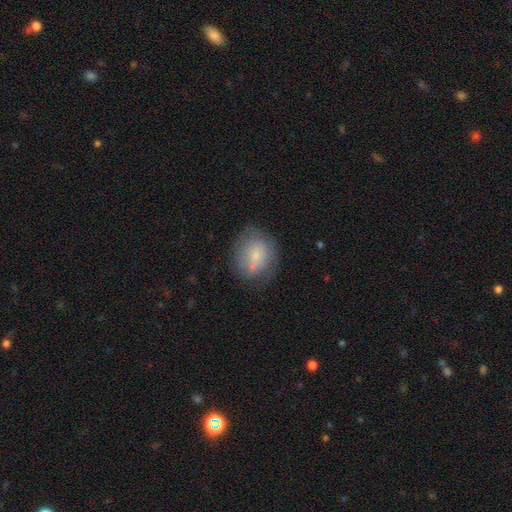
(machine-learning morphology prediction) smooth-or-featured: smooth: 66% | featured or disk: 25% | star or artifact: 9%
  how-rounded: round: 63% | in between: 36% | cigar-shaped: 1%
  merging: none: 60% | minor disturbance: 24% | major disturbance: 9% | merger: 6%